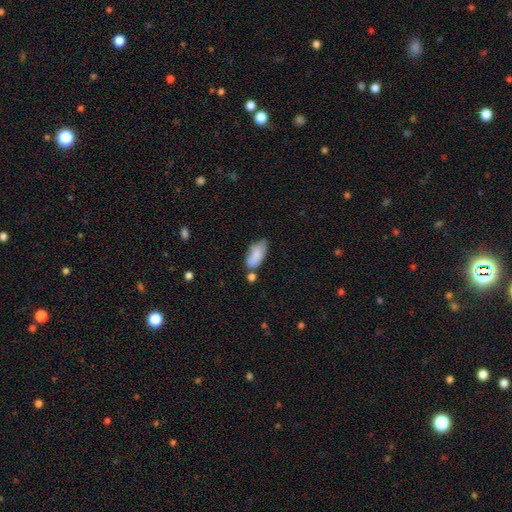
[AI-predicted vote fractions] A smooth galaxy with no disk features (80%) that is in between round and cigar-shaped (88%).

Vote fractions:
- Smooth or featured? smooth: 80% / featured or disk: 13% / star or artifact: 7%
- How rounded? in between: 88% / cigar-shaped: 9% / round: 2%
- Merging? none: 51% / minor disturbance: 27% / merger: 13% / major disturbance: 8%